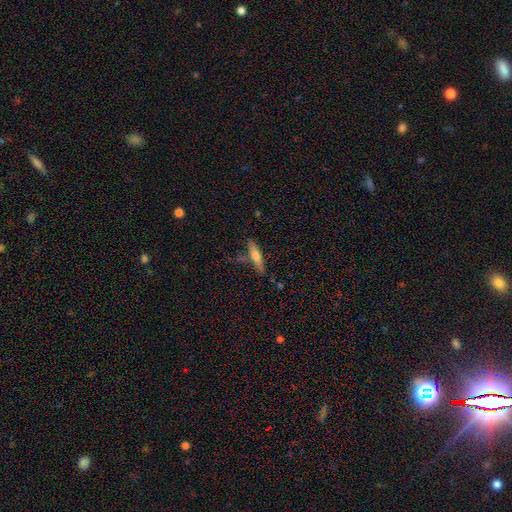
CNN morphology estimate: Smooth or featured? Predicted: smooth (p=0.56). How rounded? Predicted: cigar-shaped (p=0.81). Merging? Predicted: none (p=0.77).